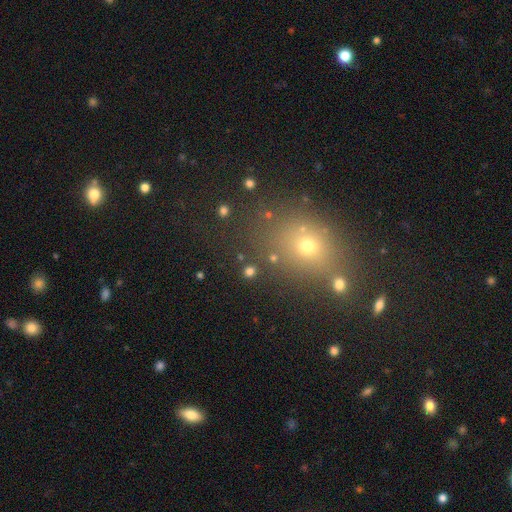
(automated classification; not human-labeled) This is possibly a smooth galaxy (55%). How rounded: possibly round (57%). Merging: likely none (78%).